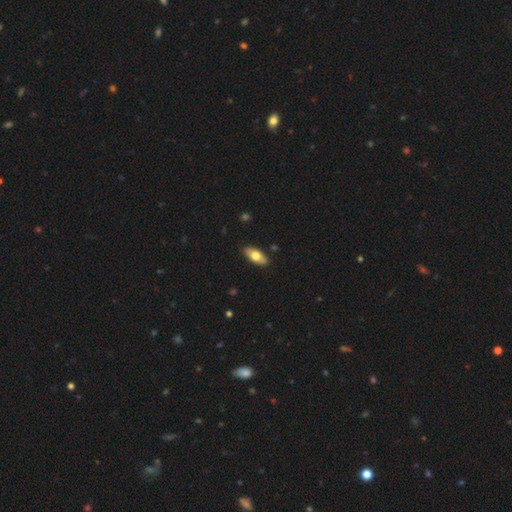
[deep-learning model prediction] Q: Smooth or featured?
A: smooth (70%); runner-up: featured or disk (24%)
Q: How rounded?
A: in between (86%); runner-up: cigar-shaped (11%)
Q: Merging?
A: none (89%); runner-up: minor disturbance (8%)